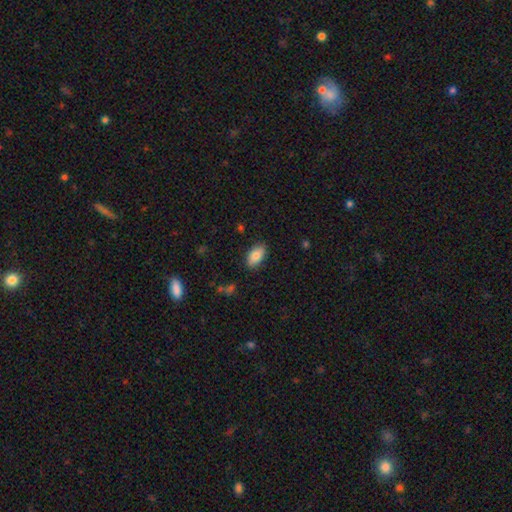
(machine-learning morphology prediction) Smooth or featured? Predicted: smooth (p=0.83). How rounded? Predicted: in between (p=0.93). Merging? Predicted: none (p=0.86).